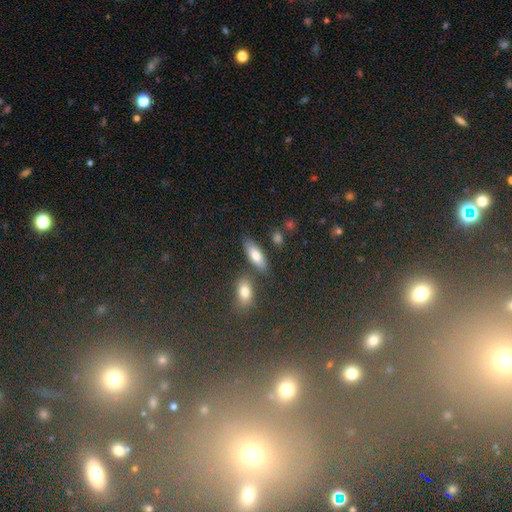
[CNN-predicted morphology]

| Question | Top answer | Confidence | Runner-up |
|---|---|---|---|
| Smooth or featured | smooth | 77% | featured or disk (14%) |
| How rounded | in between | 71% | cigar-shaped (25%) |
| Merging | none | 73% | minor disturbance (12%) |